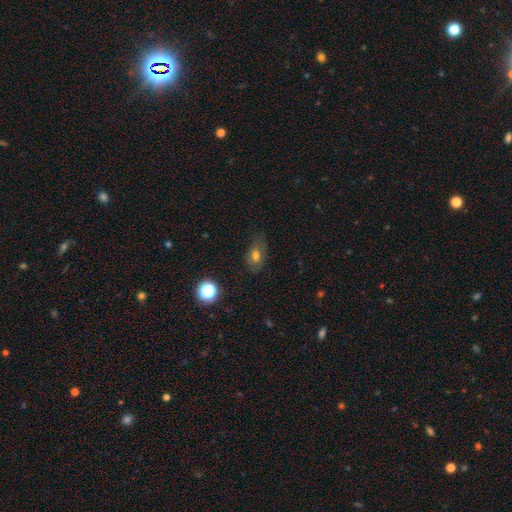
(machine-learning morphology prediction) Q: Smooth or featured?
A: smooth (66%); runner-up: featured or disk (19%)
Q: How rounded?
A: in between (77%); runner-up: round (19%)
Q: Merging?
A: none (66%); runner-up: minor disturbance (24%)